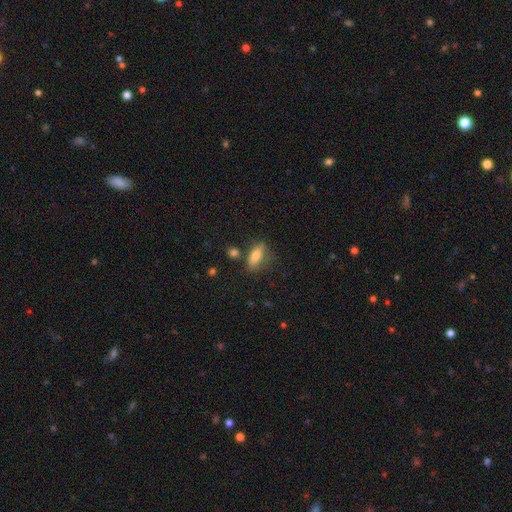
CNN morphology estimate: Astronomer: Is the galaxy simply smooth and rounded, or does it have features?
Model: smooth — 78%.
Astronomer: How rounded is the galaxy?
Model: in between — 73%.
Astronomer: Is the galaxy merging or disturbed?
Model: none — 60%.